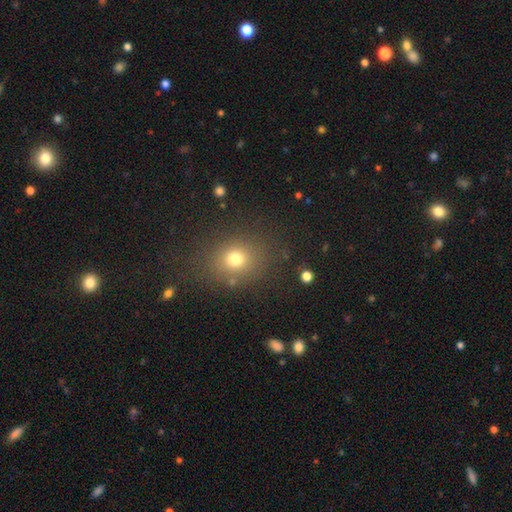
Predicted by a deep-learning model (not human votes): Smooth or featured?
  - smooth: 61% *
  - star or artifact: 31%
  - featured or disk: 8%
How rounded?
  - round: 64% *
  - in between: 34%
  - cigar-shaped: 1%
Merging?
  - none: 88% *
  - minor disturbance: 8%
  - major disturbance: 3%
  - merger: 2%